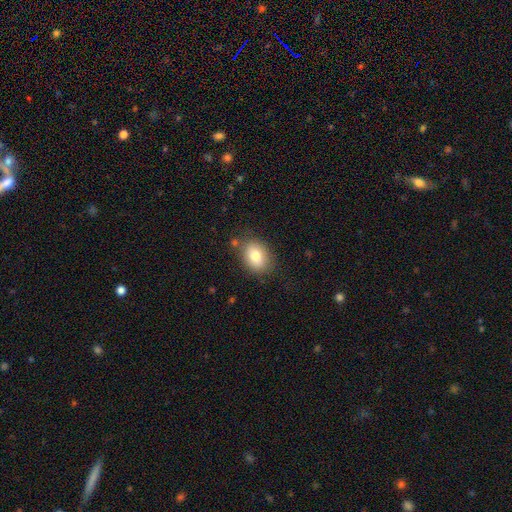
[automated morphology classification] The model was most divided on "how rounded": in between: 69%, round: 30%, cigar-shaped: 1%. More confident: smooth or featured — smooth (80%); merging — none (79%).